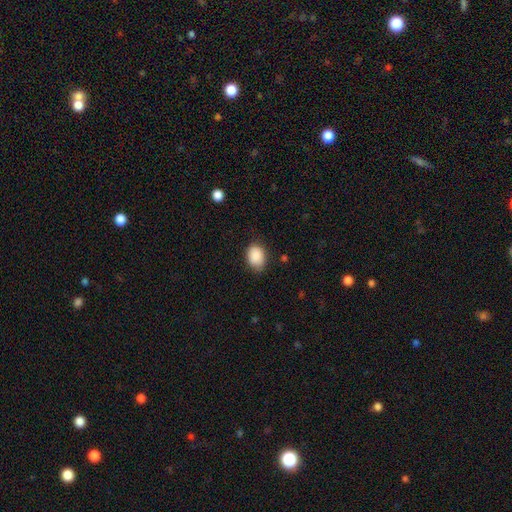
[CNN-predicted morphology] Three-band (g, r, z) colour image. It shows a smooth galaxy with no disk features (89%) that is in between round and cigar-shaped (74%). Merging: none (76%).